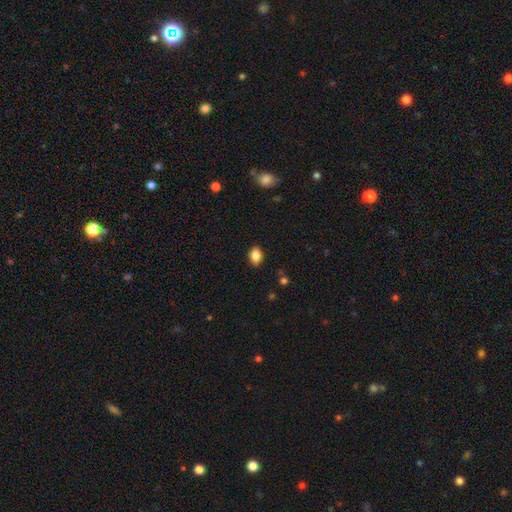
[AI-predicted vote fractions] Morphology: type=smooth (84%); roundness=in between (85%); merging=none (86%).